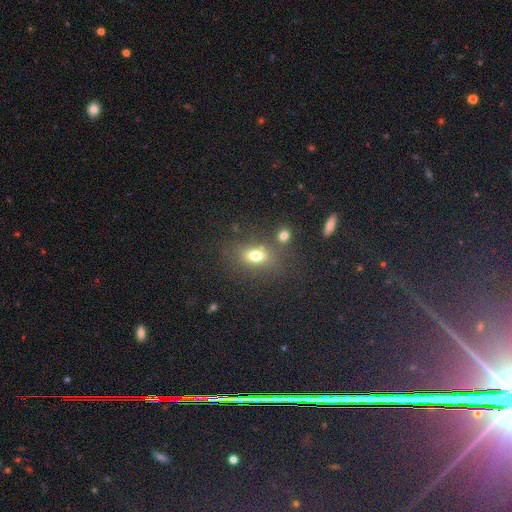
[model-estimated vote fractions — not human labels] Overall: smooth (71%). How rounded: in between (74%). Merging: none (66%).